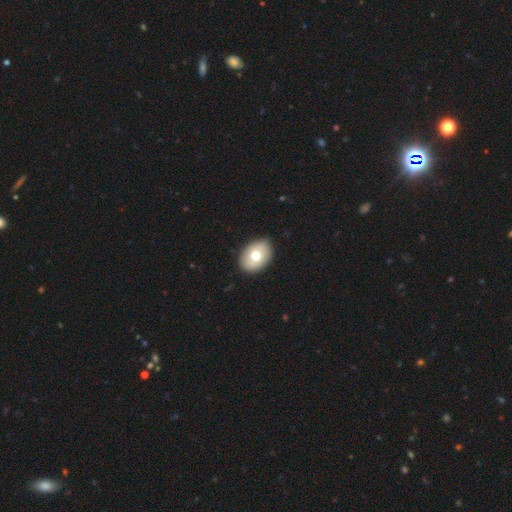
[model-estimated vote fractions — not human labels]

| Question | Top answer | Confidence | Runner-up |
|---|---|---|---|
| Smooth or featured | smooth | 71% | featured or disk (22%) |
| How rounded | in between | 74% | round (25%) |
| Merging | none | 87% | minor disturbance (10%) |